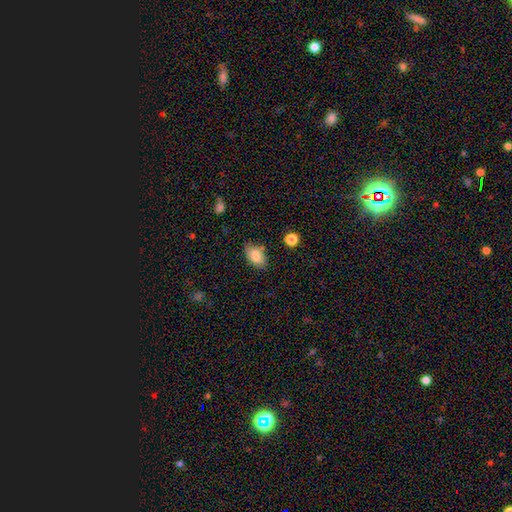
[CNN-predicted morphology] smooth 83%, featured or disk 9%, star or artifact 8%. Down the decision tree: how rounded — in between (91%); merging — none (77%).